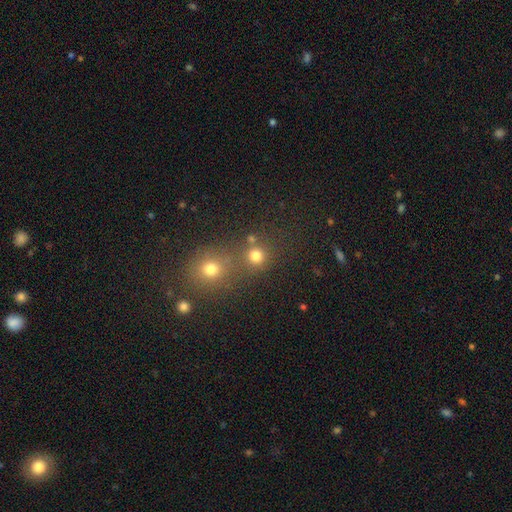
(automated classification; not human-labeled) A smooth galaxy with no disk features (77%) that is round (89%). Merging: none (63%).